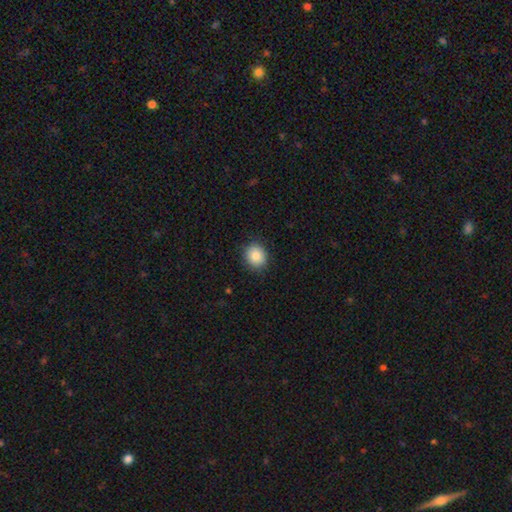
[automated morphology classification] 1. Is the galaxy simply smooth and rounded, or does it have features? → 86% smooth, 8% star or artifact, 6% featured or disk.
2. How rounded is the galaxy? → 73% round, 26% in between, 1% cigar-shaped.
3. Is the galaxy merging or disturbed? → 88% none, 9% minor disturbance, 2% major disturbance, 1% merger.